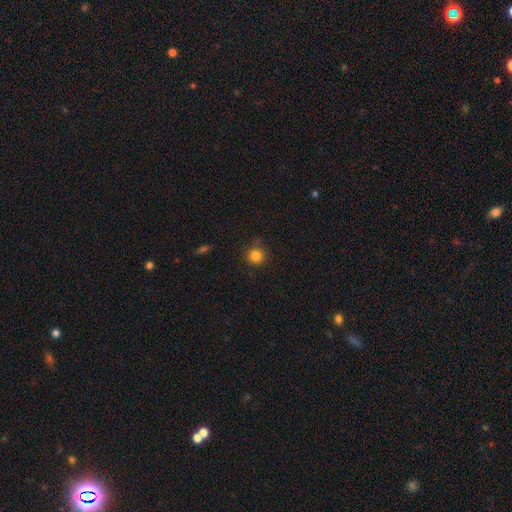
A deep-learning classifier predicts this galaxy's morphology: This is clearly a smooth galaxy (84%). How rounded: clearly round (93%). Merging: clearly none (80%).